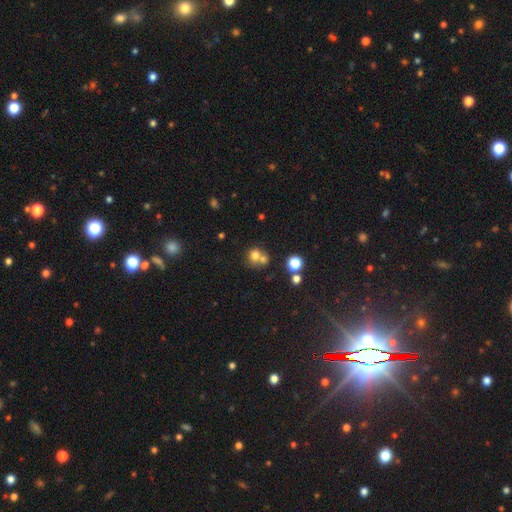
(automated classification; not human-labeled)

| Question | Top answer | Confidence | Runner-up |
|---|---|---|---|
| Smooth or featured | smooth | 71% | star or artifact (15%) |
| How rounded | round | 78% | in between (21%) |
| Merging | merger | 50% | none (38%) |